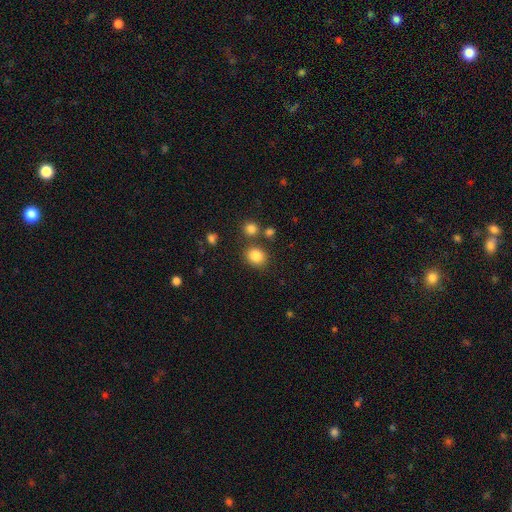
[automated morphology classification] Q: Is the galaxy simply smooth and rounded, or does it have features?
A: smooth — 84%.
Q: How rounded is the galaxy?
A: round — 71%.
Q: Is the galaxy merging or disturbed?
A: none — 78%.